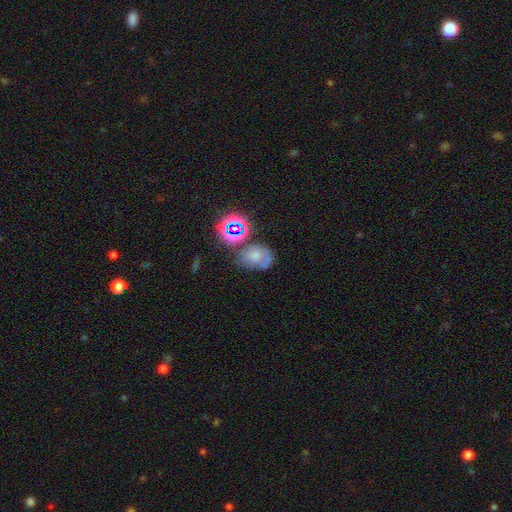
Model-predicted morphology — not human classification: The model was most divided on "smooth or featured": smooth: 47%, featured or disk: 29%, star or artifact: 24%. Remaining: merging — none (43%).